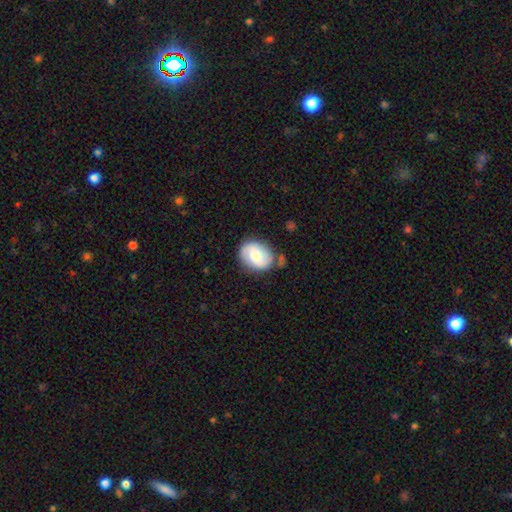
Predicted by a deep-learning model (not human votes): smooth-or-featured: smooth: 56% | featured or disk: 37% | star or artifact: 7%
  how-rounded: in between: 60% | round: 39% | cigar-shaped: 1%
  merging: none: 67% | minor disturbance: 20% | major disturbance: 6% | merger: 6%